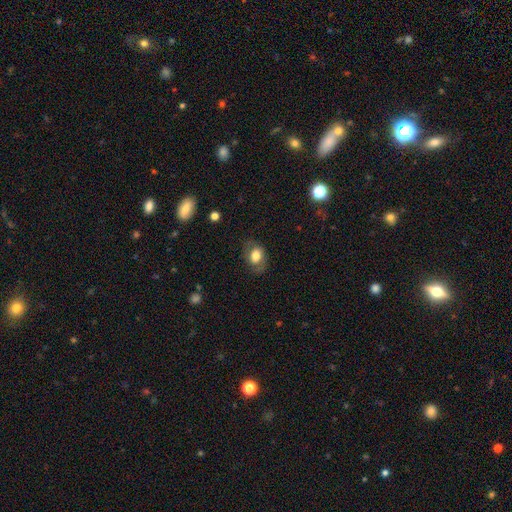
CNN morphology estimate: smooth_or_featured: smooth (p=0.66) [alt: featured or disk p=0.26]
how_rounded: in between (p=0.71) [alt: round p=0.27]
merging: none (p=0.72) [alt: minor disturbance p=0.18]